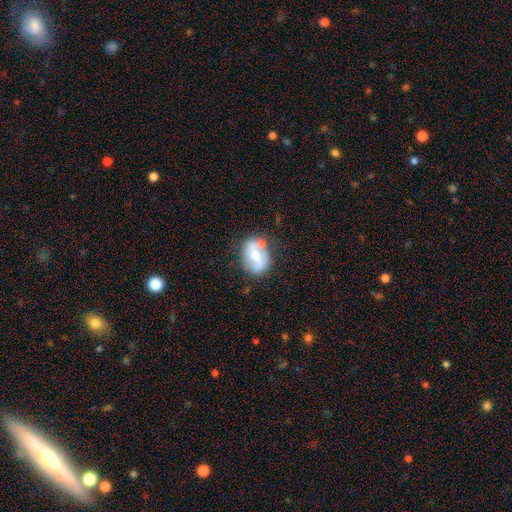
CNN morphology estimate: Q: Smooth or featured?
A: featured or disk (60%); runner-up: smooth (33%)
Q: Edge-on disk?
A: no (94%); runner-up: yes (6%)
Q: Bar?
A: strong (35%); tied with: weak (35%)
Q: Spiral arms?
A: yes (54%); runner-up: no (46%)
Q: Bulge size?
A: moderate (62%); runner-up: small (29%)
Q: Merging?
A: none (61%); runner-up: minor disturbance (20%)